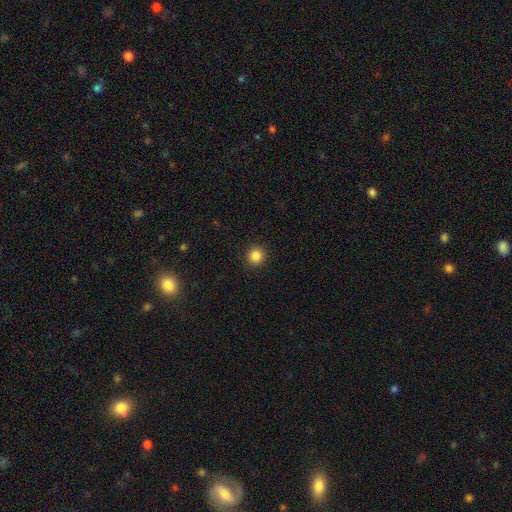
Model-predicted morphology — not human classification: This is clearly a smooth galaxy (85%). How rounded: clearly round (94%). Merging: clearly none (92%).